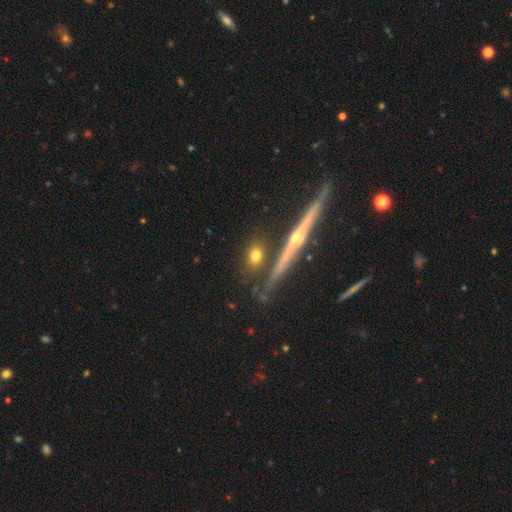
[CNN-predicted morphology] Q: Smooth or featured?
A: smooth (68%); runner-up: featured or disk (22%)
Q: How rounded?
A: in between (44%); runner-up: round (40%)
Q: Merging?
A: none (77%); runner-up: minor disturbance (11%)